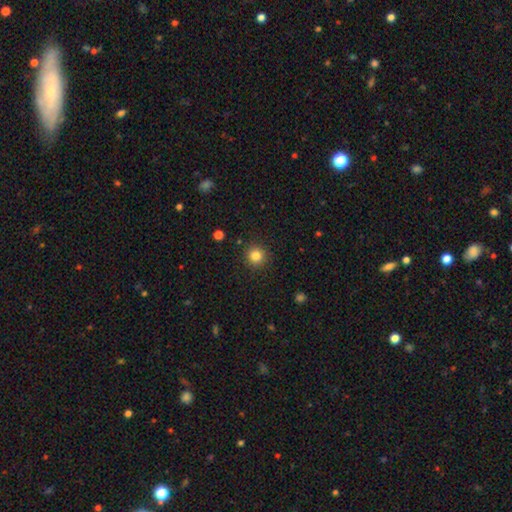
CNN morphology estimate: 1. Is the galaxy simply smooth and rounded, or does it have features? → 83% smooth, 12% star or artifact, 5% featured or disk.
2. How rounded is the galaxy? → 94% round, 5% in between, 1% cigar-shaped.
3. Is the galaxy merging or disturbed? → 91% none, 6% minor disturbance, 2% major disturbance, 1% merger.